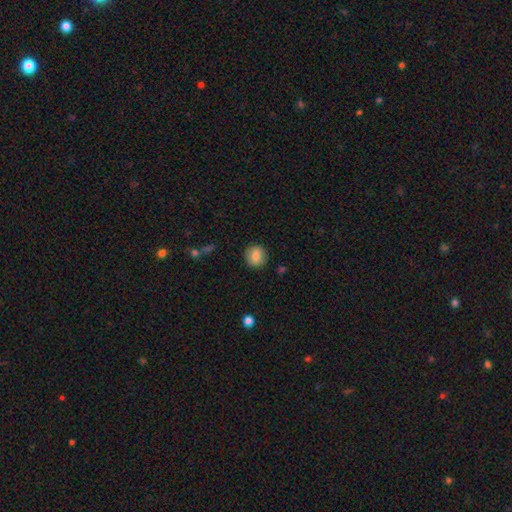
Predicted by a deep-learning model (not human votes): Smooth or featured? Predicted: smooth (p=0.81). How rounded? Predicted: round (p=0.87). Merging? Predicted: none (p=0.89).